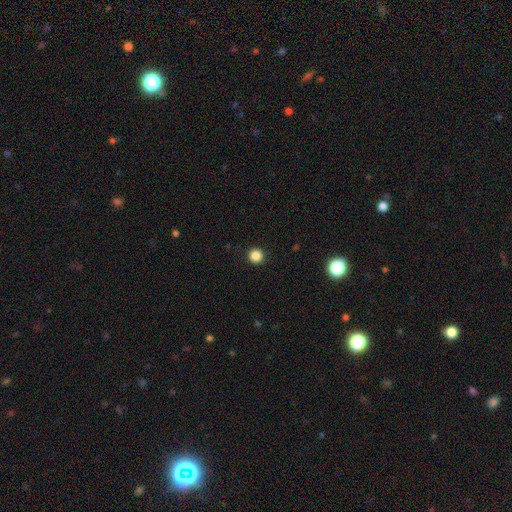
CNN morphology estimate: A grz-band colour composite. It shows a smooth galaxy with no disk features (85%) that is round (96%). Merging: none (93%).